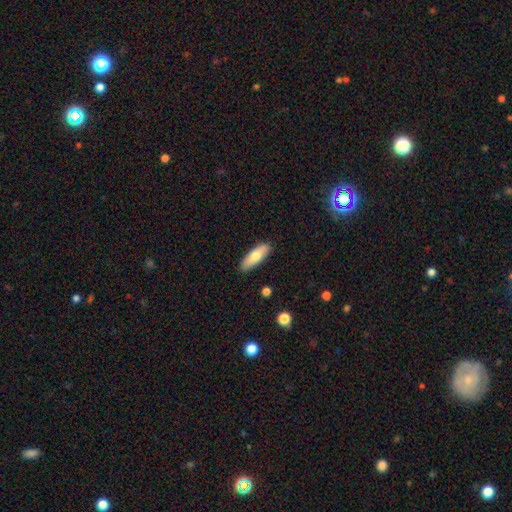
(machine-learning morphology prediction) Overall: smooth (72%). How rounded: in between (58%; cigar-shaped 40%). Merging: none (88%).